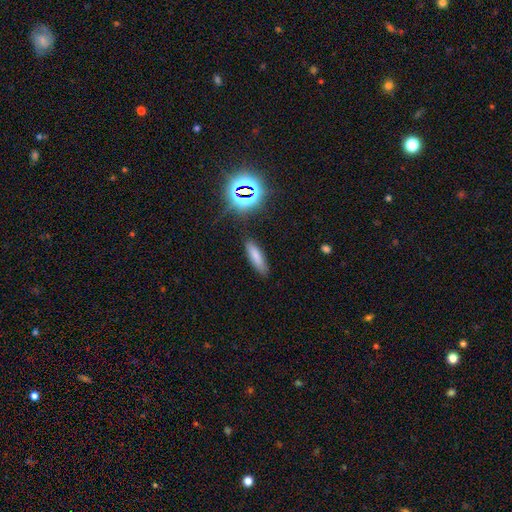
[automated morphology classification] The model was most divided on "how rounded": cigar-shaped: 60%, in between: 37%, round: 3%. More confident: merging — none (83%); smooth or featured — smooth (75%).